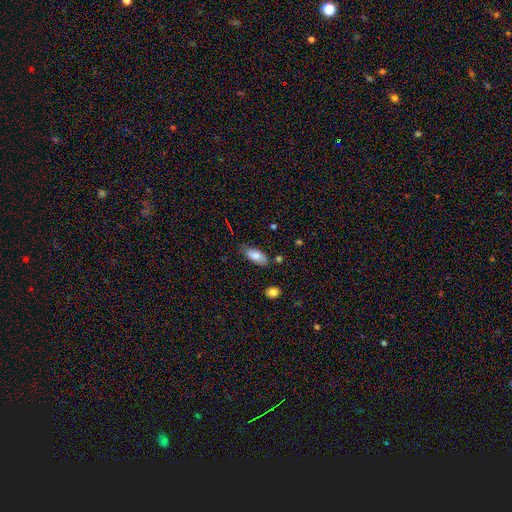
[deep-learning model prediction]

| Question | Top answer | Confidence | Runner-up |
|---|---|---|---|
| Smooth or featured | smooth | 82% | featured or disk (11%) |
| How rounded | in between | 86% | cigar-shaped (12%) |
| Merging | none | 72% | minor disturbance (21%) |